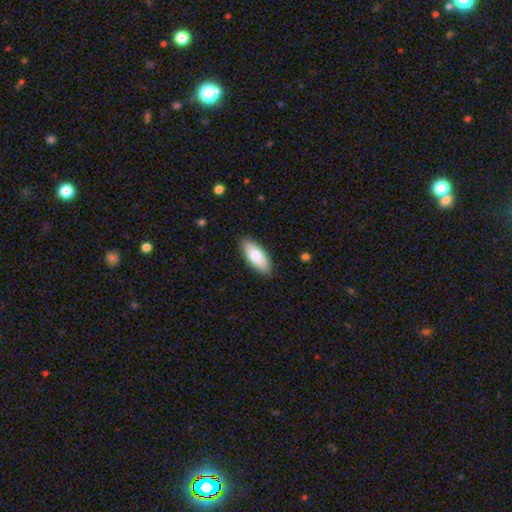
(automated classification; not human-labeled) Overall: smooth (81%). How rounded: in between (82%). Merging: none (88%).